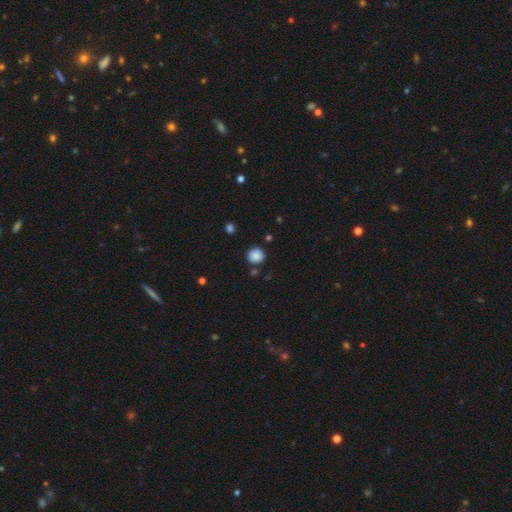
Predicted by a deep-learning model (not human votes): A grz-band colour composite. It shows a smooth galaxy with no disk features (87%) that is round (90%). Merging: none (84%).